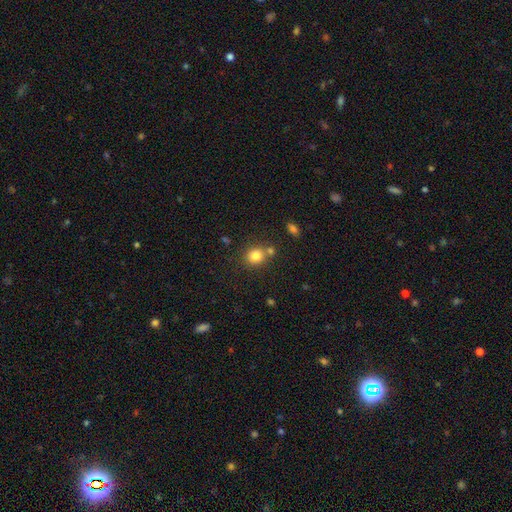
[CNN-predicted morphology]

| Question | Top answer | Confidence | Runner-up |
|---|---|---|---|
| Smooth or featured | smooth | 81% | star or artifact (12%) |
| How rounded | round | 77% | in between (22%) |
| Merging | none | 66% | merger (20%) |